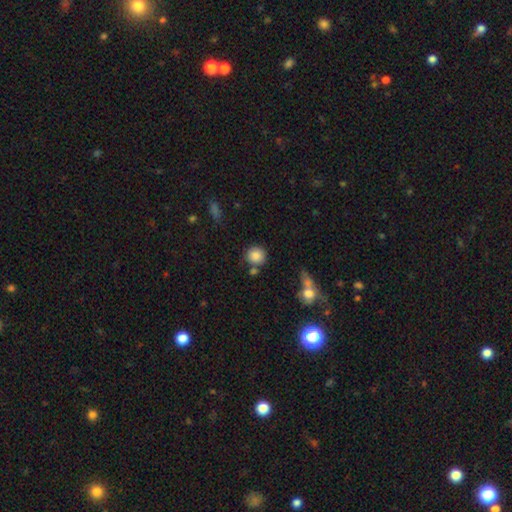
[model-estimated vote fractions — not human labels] Smooth or featured?
  - smooth: 86% *
  - star or artifact: 9%
  - featured or disk: 5%
How rounded?
  - round: 88% *
  - in between: 11%
  - cigar-shaped: 1%
Merging?
  - none: 72% *
  - merger: 12%
  - minor disturbance: 12%
  - major disturbance: 4%